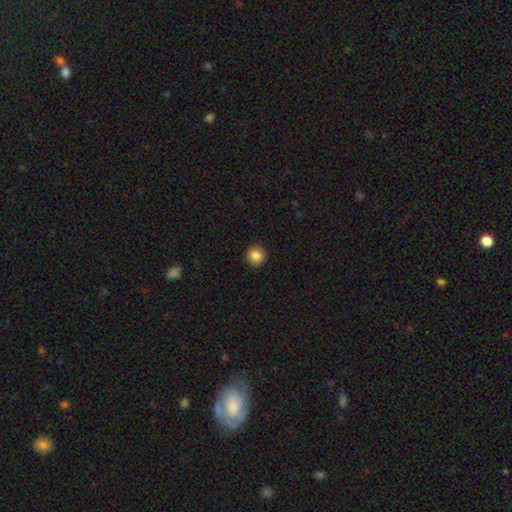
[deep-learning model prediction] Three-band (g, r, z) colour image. It shows a smooth galaxy with no disk features (86%) that is round (92%). Merging: none (92%).